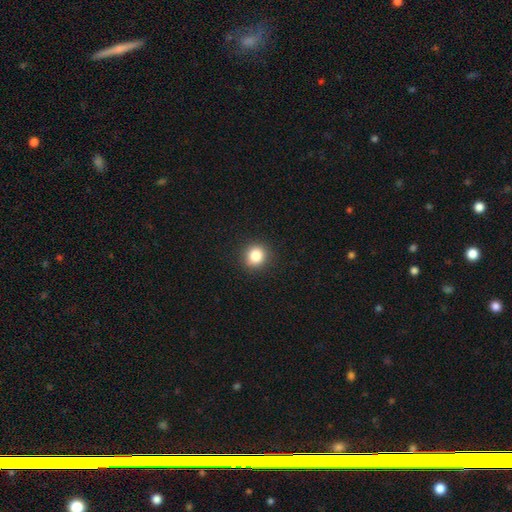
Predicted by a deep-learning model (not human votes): A smooth galaxy with no disk features (84%) that is round (87%). Merging: none (90%).